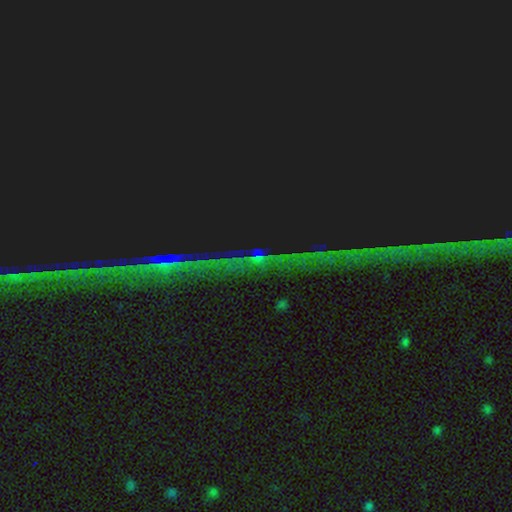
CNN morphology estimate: Smooth or featured?
  - star or artifact: 84% *
  - featured or disk: 9%
  - smooth: 7%